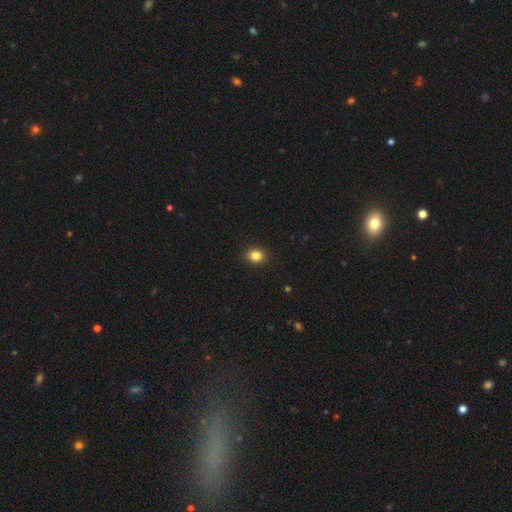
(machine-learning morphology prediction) smooth-or-featured: smooth: 84% | star or artifact: 11% | featured or disk: 5%
  how-rounded: round: 64% | in between: 35% | cigar-shaped: 1%
  merging: none: 91% | minor disturbance: 6% | major disturbance: 2% | merger: 1%